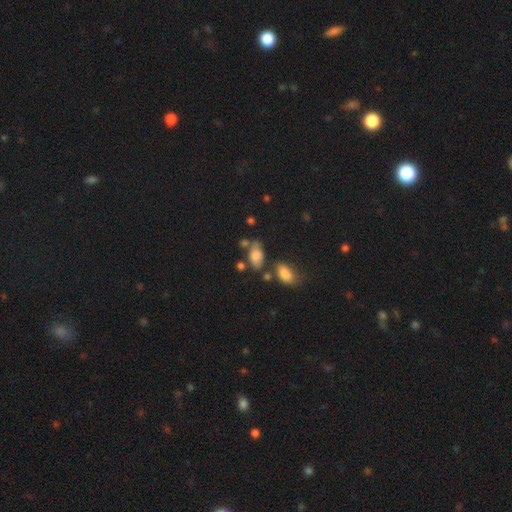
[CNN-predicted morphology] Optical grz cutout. It shows a smooth galaxy with no disk features (76%) that is in between round and cigar-shaped (89%). Merging: none (51%).